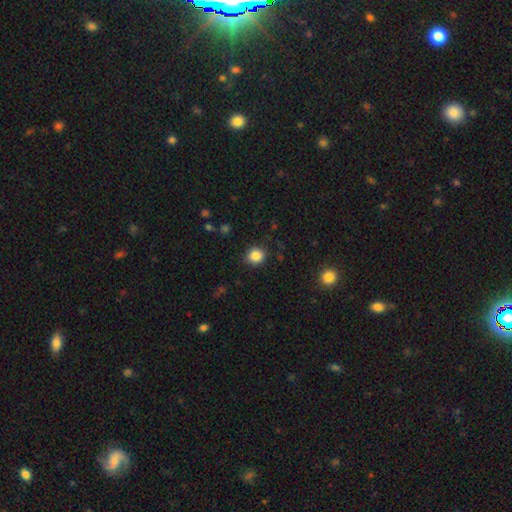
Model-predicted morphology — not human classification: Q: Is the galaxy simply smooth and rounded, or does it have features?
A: smooth — 85%.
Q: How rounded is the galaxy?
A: round — 85%.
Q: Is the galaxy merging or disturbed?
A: none — 88%.